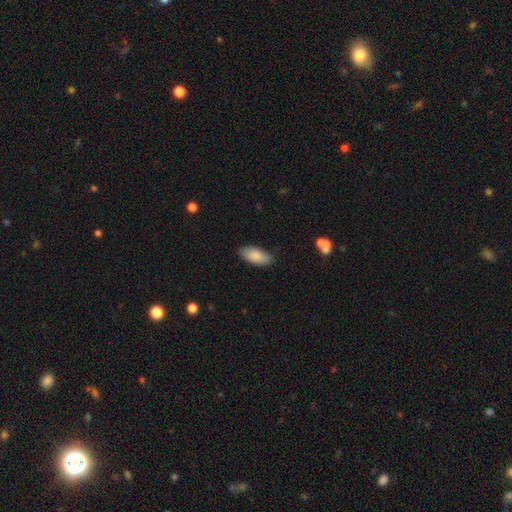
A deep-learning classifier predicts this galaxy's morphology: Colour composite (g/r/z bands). It shows a smooth galaxy with no disk features (86%) that is in between round and cigar-shaped (90%). Merging: none (83%).